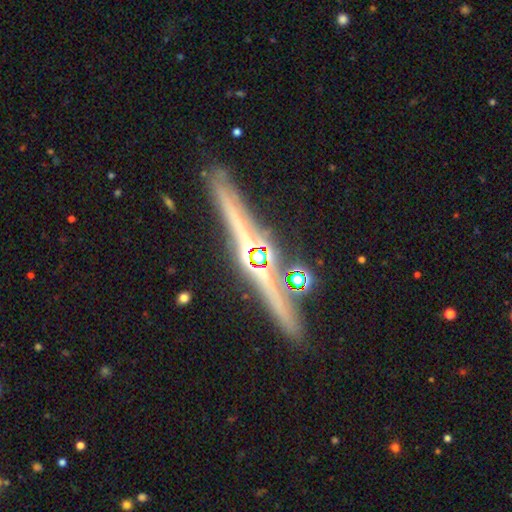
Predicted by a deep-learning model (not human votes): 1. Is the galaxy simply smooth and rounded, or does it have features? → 42% star or artifact, 39% featured or disk, 19% smooth.